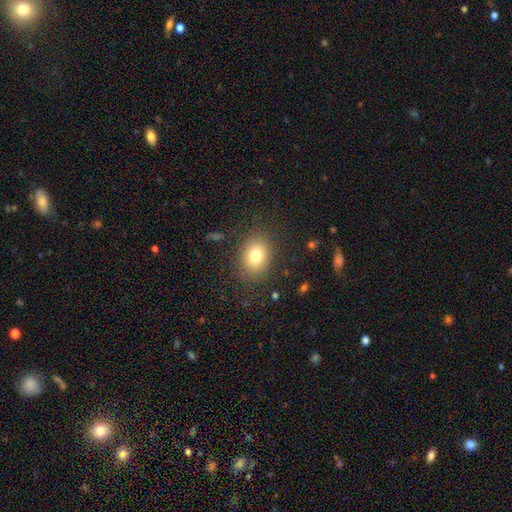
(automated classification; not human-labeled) Smooth or featured?
  - smooth: 78% *
  - star or artifact: 11%
  - featured or disk: 11%
How rounded?
  - in between: 59% *
  - round: 40%
  - cigar-shaped: 1%
Merging?
  - none: 85% *
  - minor disturbance: 10%
  - major disturbance: 4%
  - merger: 1%